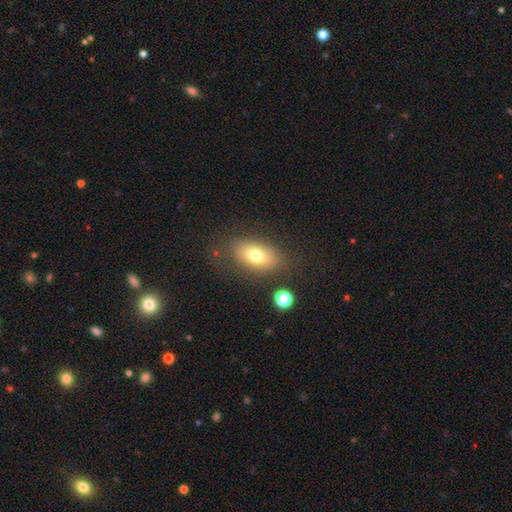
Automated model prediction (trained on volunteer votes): smooth-or-featured: smooth: 72% | featured or disk: 18% | star or artifact: 11%
  how-rounded: in between: 85% | round: 11% | cigar-shaped: 4%
  merging: none: 77% | minor disturbance: 14% | major disturbance: 6% | merger: 3%